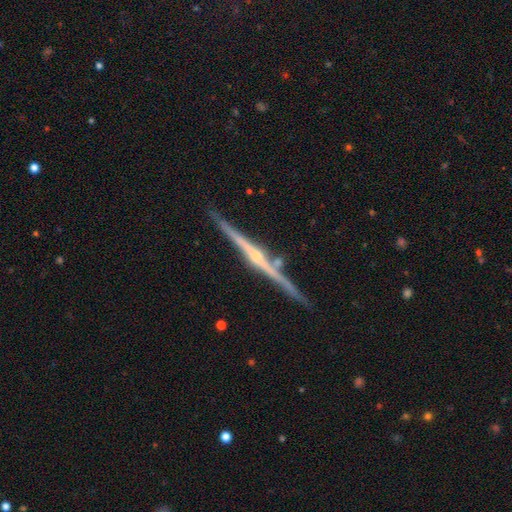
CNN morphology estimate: A featured or disk galaxy (87%) viewed edge-on (98%) with a rounded central bulge (84%).

Vote fractions:
- Smooth or featured? featured or disk: 87% / smooth: 8% / star or artifact: 5%
- Edge-on disk? yes: 98% / no: 2%
- Edge-on bulge? rounded: 84% / none: 11% / boxy: 6%
- Merging? none: 84% / minor disturbance: 10% / merger: 5% / major disturbance: 2%